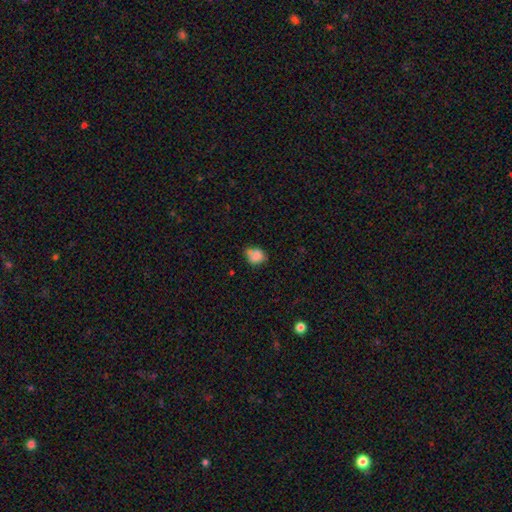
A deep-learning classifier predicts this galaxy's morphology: type=smooth (76%); roundness=round (51%); merging=none (45%).